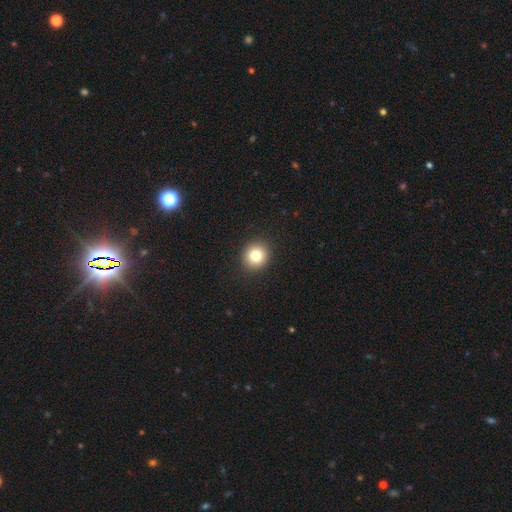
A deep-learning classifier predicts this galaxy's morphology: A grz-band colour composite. It shows a smooth galaxy with no disk features (81%) that is round (88%). Merging: none (92%).